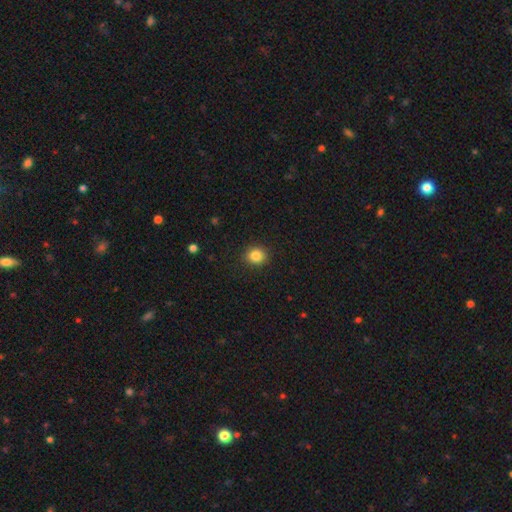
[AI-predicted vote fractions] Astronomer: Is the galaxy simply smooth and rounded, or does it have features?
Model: smooth — 85%.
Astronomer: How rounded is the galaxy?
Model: round — 82%.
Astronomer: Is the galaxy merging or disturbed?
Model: none — 90%.